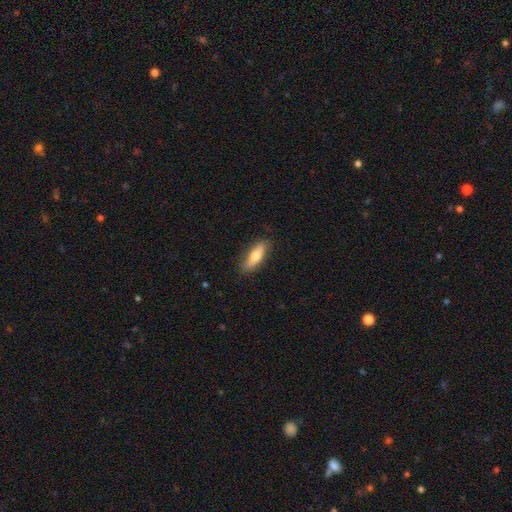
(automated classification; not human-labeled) smooth 66%, featured or disk 28%, star or artifact 6%. Down the decision tree: how rounded — in between (51%); merging — none (84%).